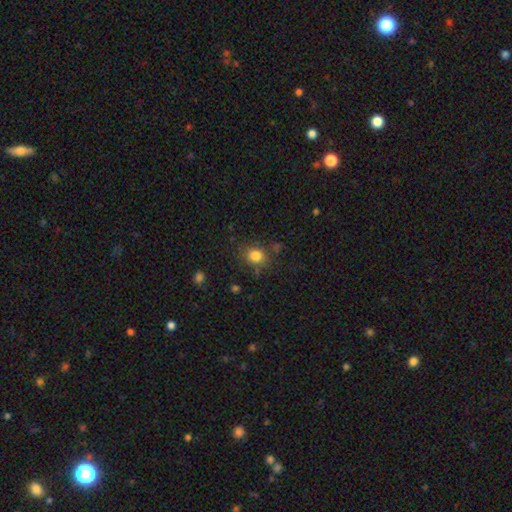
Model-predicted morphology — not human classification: Smooth or featured: smooth — 81% (star or artifact — 12%)
How rounded: round — 66% (in between — 33%)
Merging: none — 78% (minor disturbance — 14%)